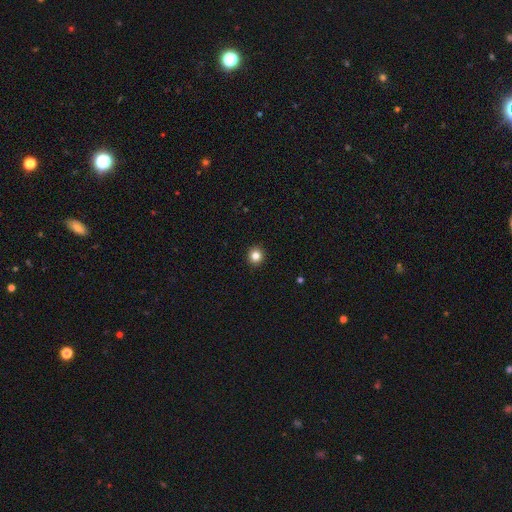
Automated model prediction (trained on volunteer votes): This appears to be a smooth galaxy with no disk features (83%) that is round (93%). Merging: none (94%).